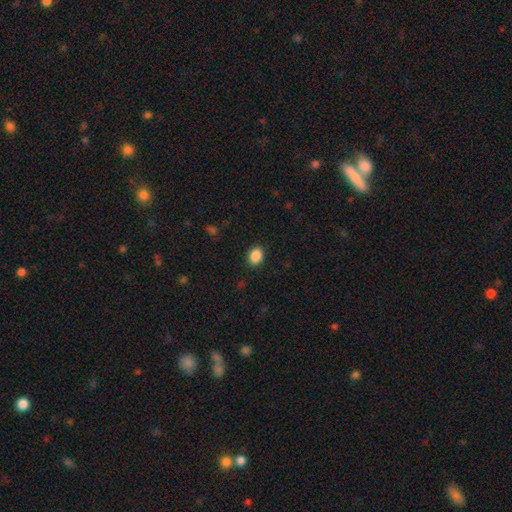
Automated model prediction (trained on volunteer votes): Overall: smooth (88%). How rounded: in between (59%; round 40%). Merging: none (89%).